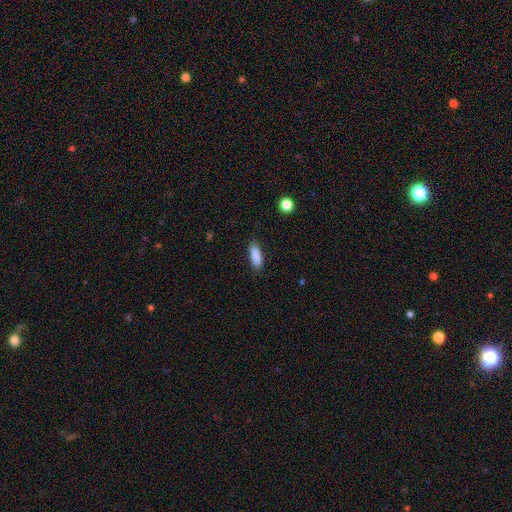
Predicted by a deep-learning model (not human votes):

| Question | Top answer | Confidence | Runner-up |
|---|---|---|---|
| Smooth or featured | smooth | 88% | star or artifact (7%) |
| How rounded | in between | 62% | cigar-shaped (36%) |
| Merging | none | 84% | minor disturbance (12%) |